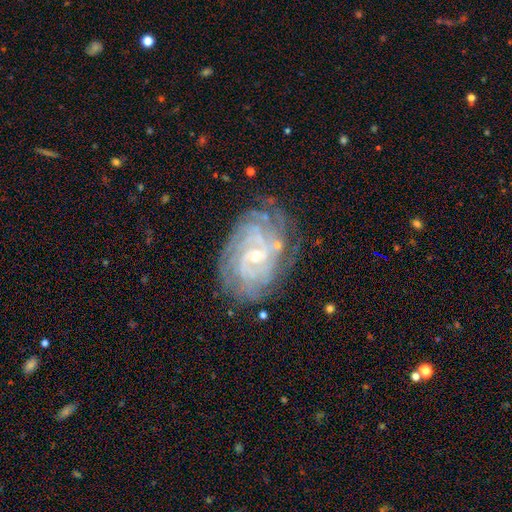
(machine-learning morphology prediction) This appears to be a featured or disk galaxy (89%) with no bar (53%), tight (76%) spiral arms (97%) and a small central bulge (68%). Merging: none (74%).